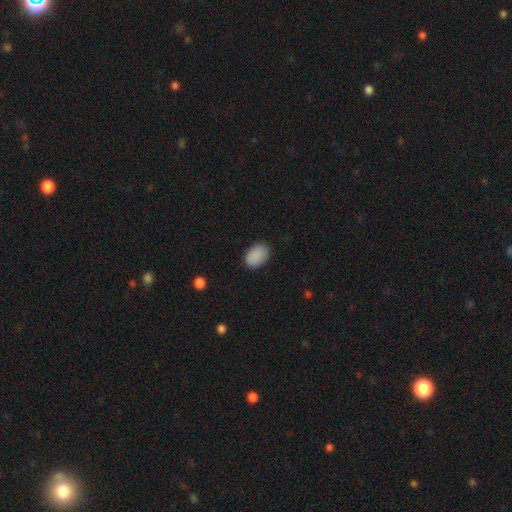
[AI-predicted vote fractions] This is clearly a smooth galaxy (90%). How rounded: clearly in between (87%). Merging: clearly none (86%).